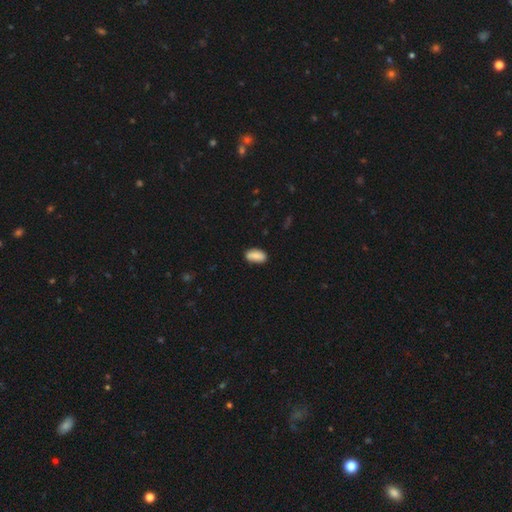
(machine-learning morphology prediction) This appears to be a smooth galaxy with no disk features (84%) that is in between round and cigar-shaped (91%). Merging: none (78%).